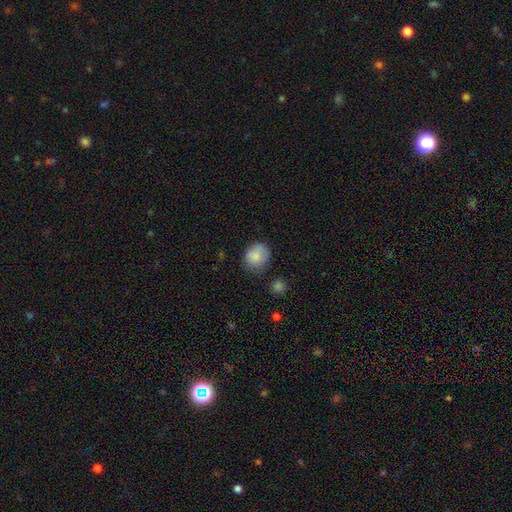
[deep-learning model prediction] smooth_or_featured: smooth (p=0.83) [alt: featured or disk p=0.09]
how_rounded: round (p=0.61) [alt: in between p=0.38]
merging: none (p=0.62) [alt: minor disturbance p=0.27]